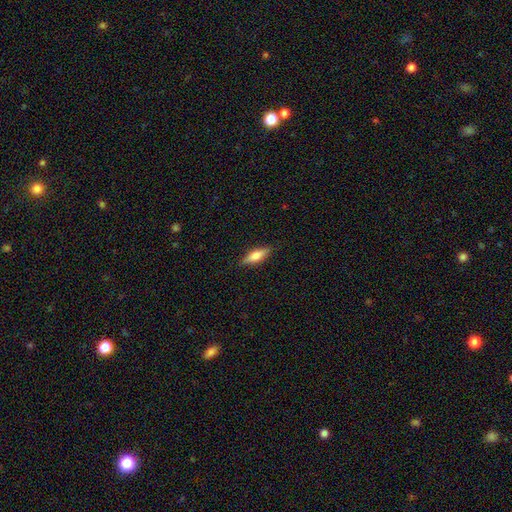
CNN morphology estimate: Overall: smooth (61%; featured or disk 33%). How rounded: cigar-shaped (50%; in between 48%). Merging: none (86%).